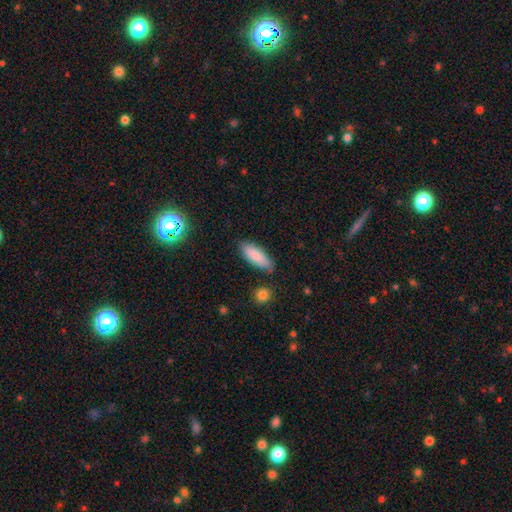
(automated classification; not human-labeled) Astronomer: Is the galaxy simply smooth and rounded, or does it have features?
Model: smooth — 84%.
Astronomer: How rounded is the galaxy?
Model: in between — 67%.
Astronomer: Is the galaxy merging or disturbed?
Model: none — 79%.